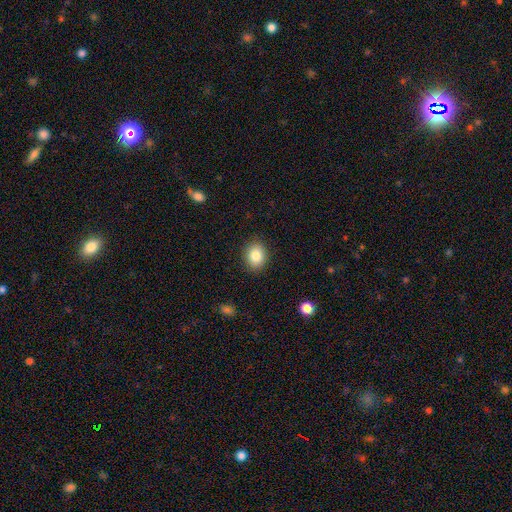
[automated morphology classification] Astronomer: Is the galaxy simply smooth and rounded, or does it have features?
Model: smooth — 84%.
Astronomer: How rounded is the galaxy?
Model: round — 54% (runner-up: in between, 45%).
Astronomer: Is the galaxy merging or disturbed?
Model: none — 89%.